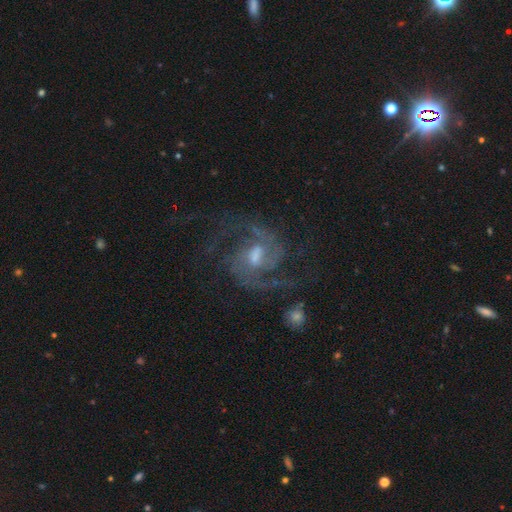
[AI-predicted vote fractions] Morphology: type=featured or disk (90%); edge-on=no (98%); bar=weak (59%); spiral arms=yes (97%); winding=medium (60%); arm count=2 (70%); bulge=moderate (48%); merging=none (65%).